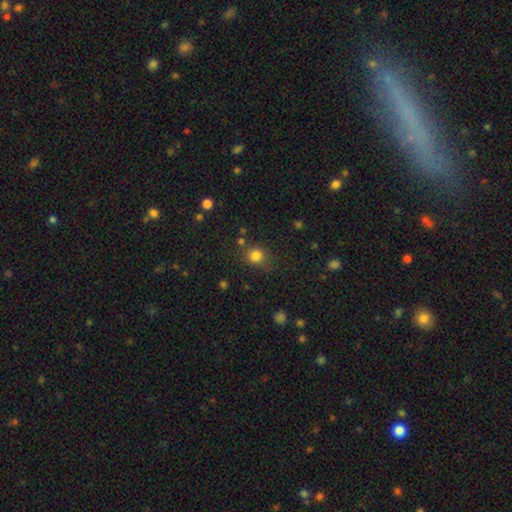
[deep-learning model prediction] This appears to be a smooth galaxy with no disk features (81%) that is round (84%). Merging: none (77%).